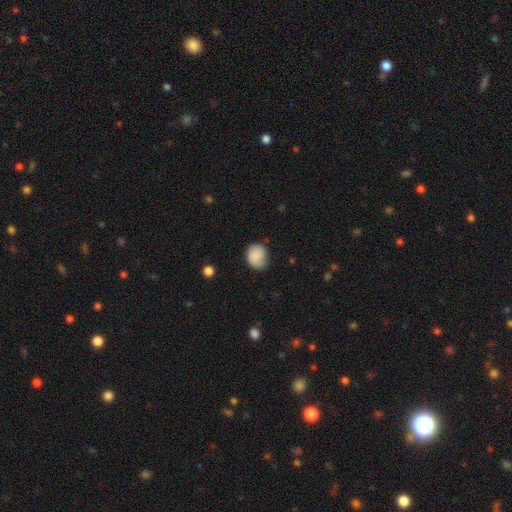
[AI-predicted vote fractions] Smooth or featured? Predicted: smooth (p=0.79). How rounded? Predicted: round (p=0.64). Merging? Predicted: none (p=0.64).